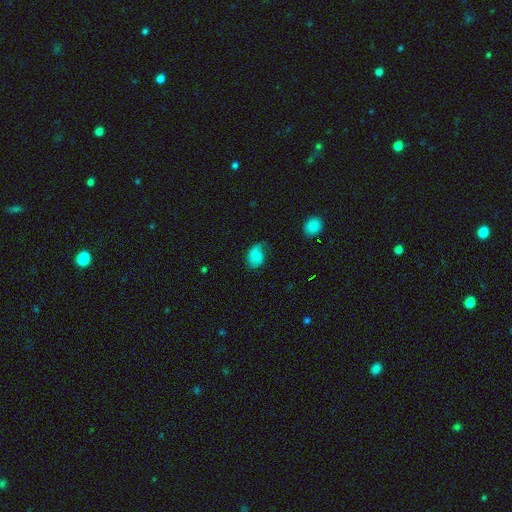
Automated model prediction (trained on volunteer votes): smooth 74%, featured or disk 16%, star or artifact 10%. Down the decision tree: how rounded — in between (74%); merging — none (43%).